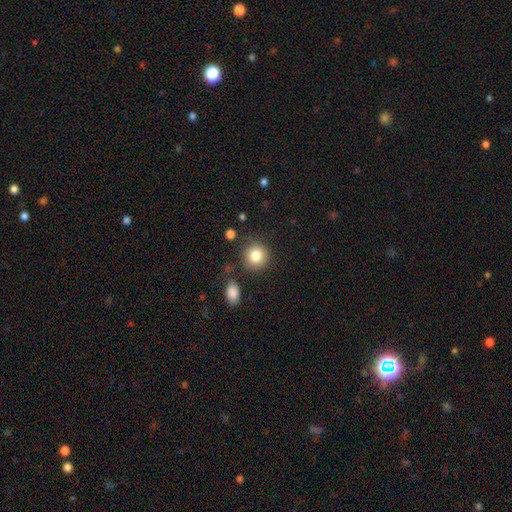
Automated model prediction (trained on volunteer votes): Overall: smooth (84%). How rounded: round (89%). Merging: none (82%).